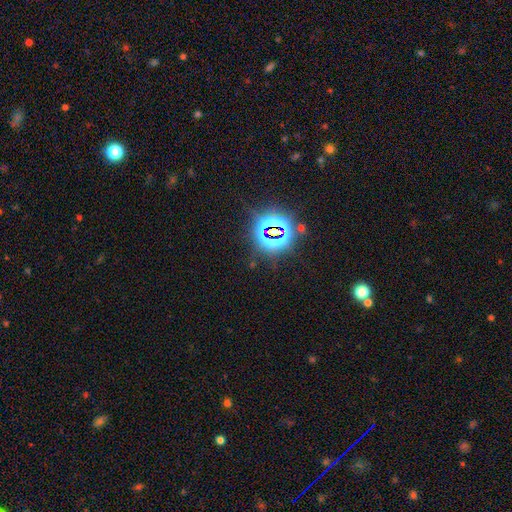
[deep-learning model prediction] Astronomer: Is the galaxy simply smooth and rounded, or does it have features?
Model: star or artifact — 82%.